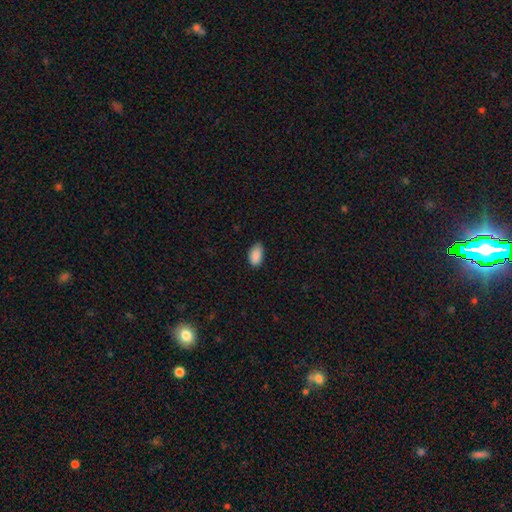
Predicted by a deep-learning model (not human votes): Smooth or featured: smooth — 89% (star or artifact — 7%)
How rounded: in between — 94% (round — 4%)
Merging: none — 73% (minor disturbance — 23%)